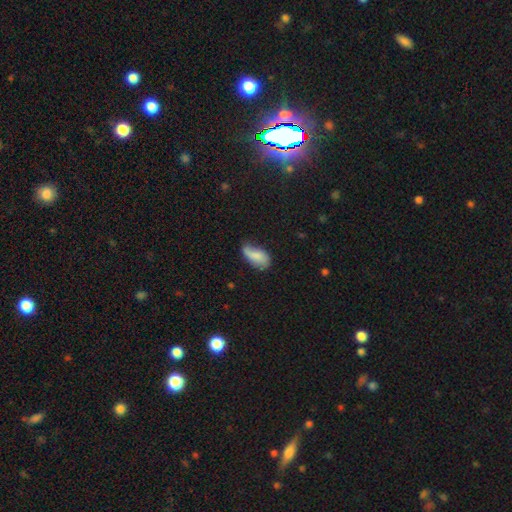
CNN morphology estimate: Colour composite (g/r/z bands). It shows a smooth galaxy with no disk features (68%) that is in between round and cigar-shaped (90%). Merging: none (44%).